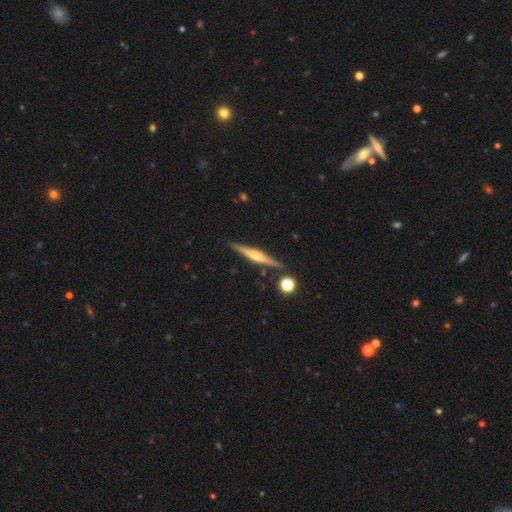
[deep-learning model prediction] This is likely a featured or disk galaxy (75%). It is clearly viewed edge-on (98%). Edge-on bulge: clearly rounded (83%). Merging: clearly none (87%).